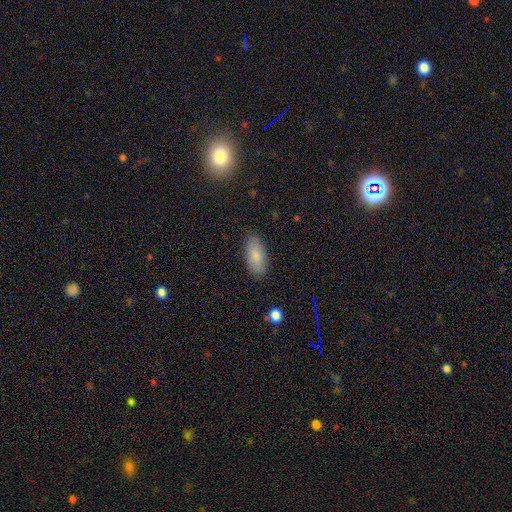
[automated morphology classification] smooth-or-featured: smooth: 84% | featured or disk: 9% | star or artifact: 7%
  how-rounded: in between: 88% | cigar-shaped: 10% | round: 2%
  merging: none: 86% | minor disturbance: 10% | major disturbance: 2% | merger: 1%